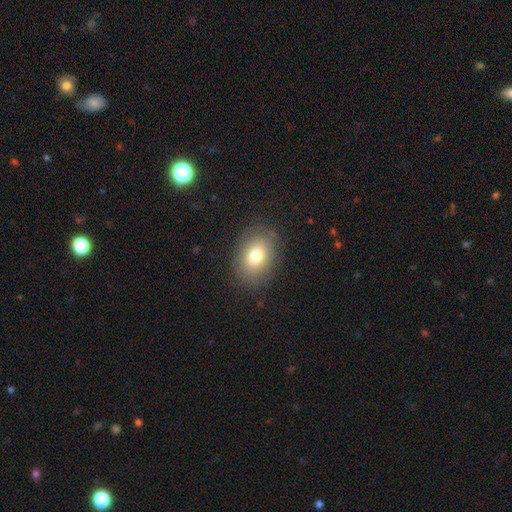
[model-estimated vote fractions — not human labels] smooth-or-featured: smooth: 76% | featured or disk: 14% | star or artifact: 11%
  how-rounded: in between: 67% | round: 32% | cigar-shaped: 1%
  merging: none: 83% | minor disturbance: 11% | major disturbance: 4% | merger: 1%